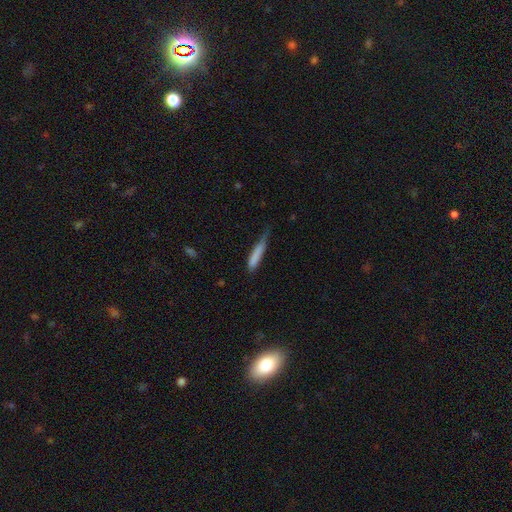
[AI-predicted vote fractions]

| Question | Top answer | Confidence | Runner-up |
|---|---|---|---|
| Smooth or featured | smooth | 79% | featured or disk (14%) |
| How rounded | cigar-shaped | 89% | in between (10%) |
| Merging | none | 44% | minor disturbance (40%) |